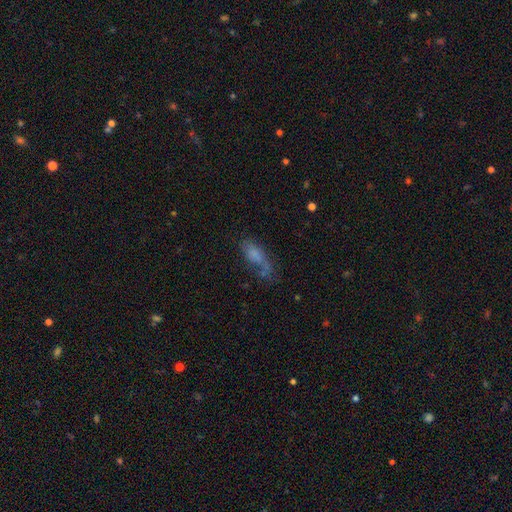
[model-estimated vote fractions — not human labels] A smooth galaxy with no disk features (61%) that is in between round and cigar-shaped (71%).

Vote fractions:
- Smooth or featured? smooth: 61% / featured or disk: 26% / star or artifact: 13%
- How rounded? in between: 71% / cigar-shaped: 25% / round: 4%
- Merging? none: 38% / major disturbance: 26% / minor disturbance: 25% / merger: 11%